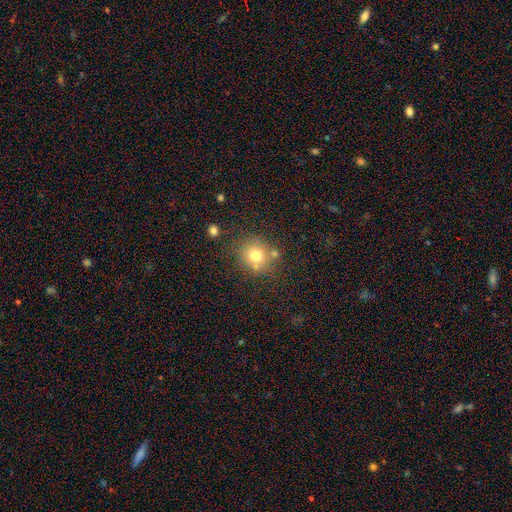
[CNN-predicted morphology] The model was most divided on "smooth or featured": smooth: 74%, star or artifact: 14%, featured or disk: 12%. More confident: how rounded — round (85%); merging — none (72%).